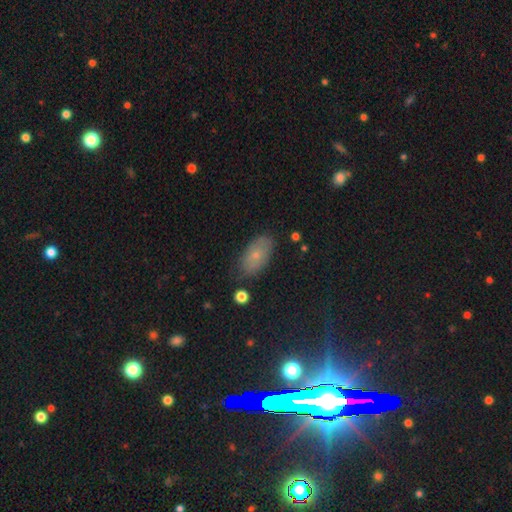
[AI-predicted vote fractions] Smooth or featured? smooth (66%)
How rounded? in between (91%)
Merging? none (79%)